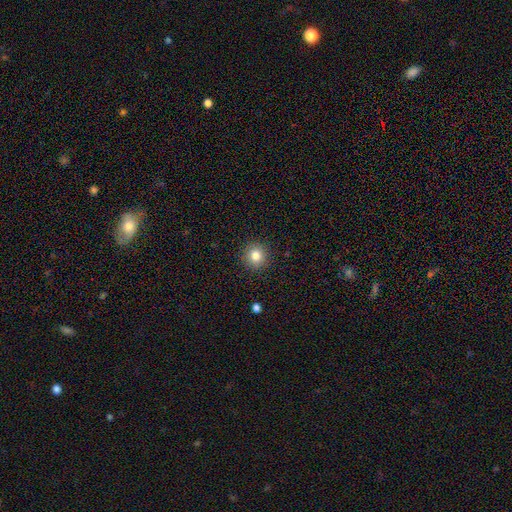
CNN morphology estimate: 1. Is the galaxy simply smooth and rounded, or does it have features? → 81% smooth, 11% star or artifact, 7% featured or disk.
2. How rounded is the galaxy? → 93% round, 6% in between, 1% cigar-shaped.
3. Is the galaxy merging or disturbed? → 92% none, 6% minor disturbance, 2% major disturbance, 1% merger.